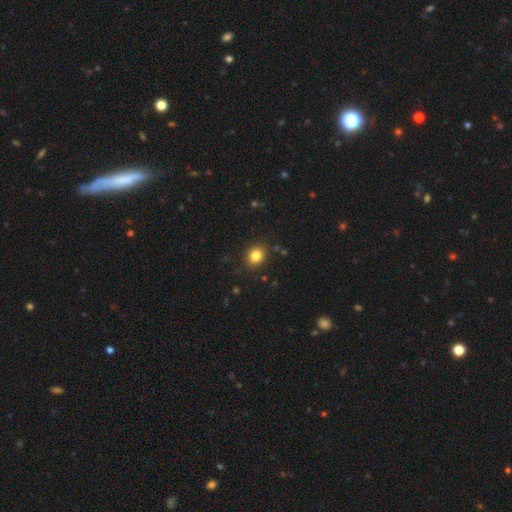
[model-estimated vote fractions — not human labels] Overall: smooth (82%). How rounded: round (72%). Merging: none (88%).